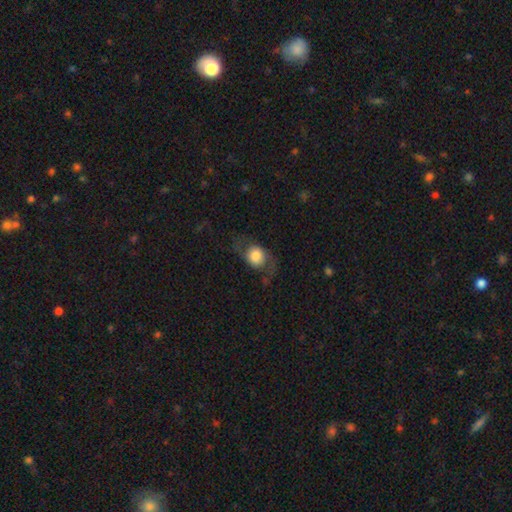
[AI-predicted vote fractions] Morphology: type=smooth (55%); roundness=round (62%); merging=none (62%).